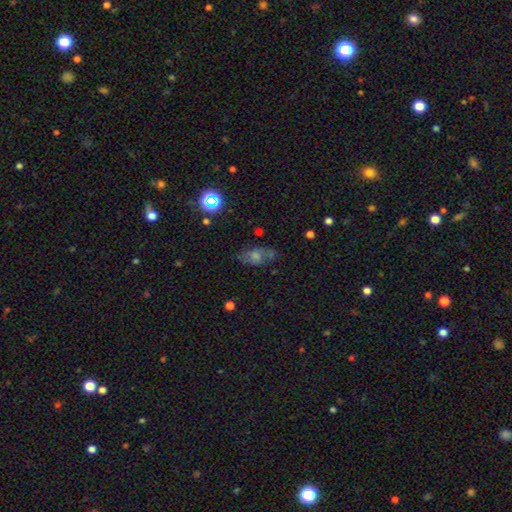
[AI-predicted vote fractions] A featured or disk galaxy (38%). Merging: none (71%).